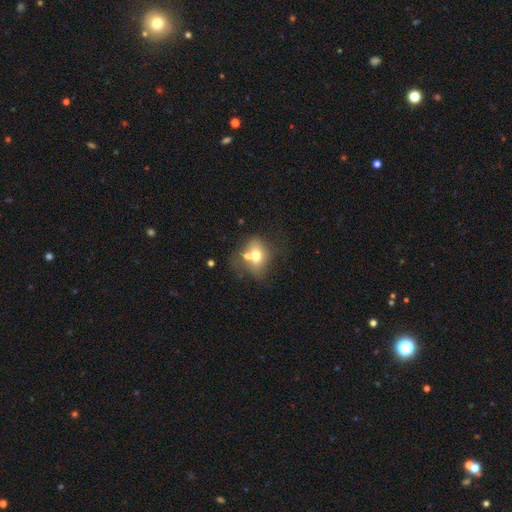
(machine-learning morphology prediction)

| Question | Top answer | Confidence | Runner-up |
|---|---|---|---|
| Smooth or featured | smooth | 66% | featured or disk (23%) |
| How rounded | in between | 57% | round (41%) |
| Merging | merger | 38% | none (37%) |